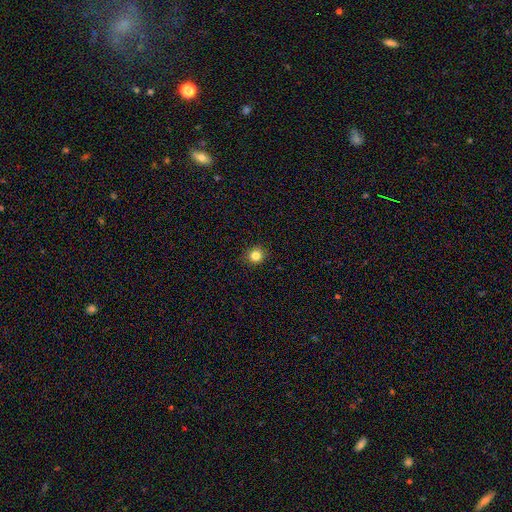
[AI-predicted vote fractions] Morphology: type=smooth (83%); roundness=round (88%); merging=none (90%).